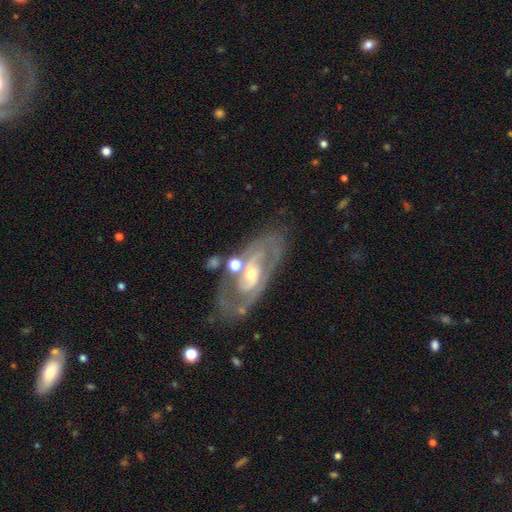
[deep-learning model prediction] This is clearly a featured or disk galaxy (80%). It is clearly not viewed edge-on (89%). Bar: marginally no (41%). Spiral arm pattern: likely yes (77%). Spiral arm count: possibly 2 (54%). Spiral winding: possibly tight (46%). Central bulge: possibly moderate (48%). Merging: likely none (68%).